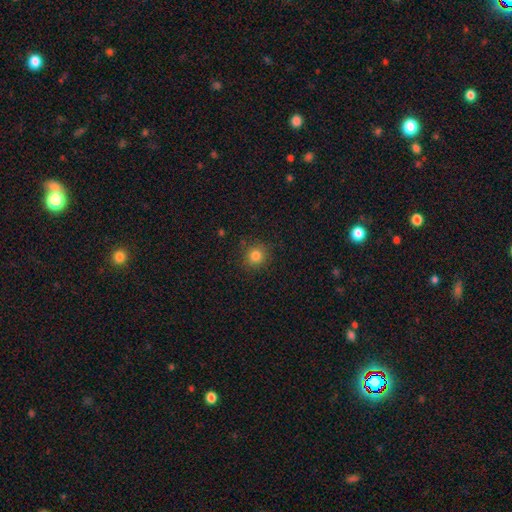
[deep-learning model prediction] The model was most divided on "smooth or featured": smooth: 82%, star or artifact: 13%, featured or disk: 5%. More confident: how rounded — round (90%); merging — none (88%).